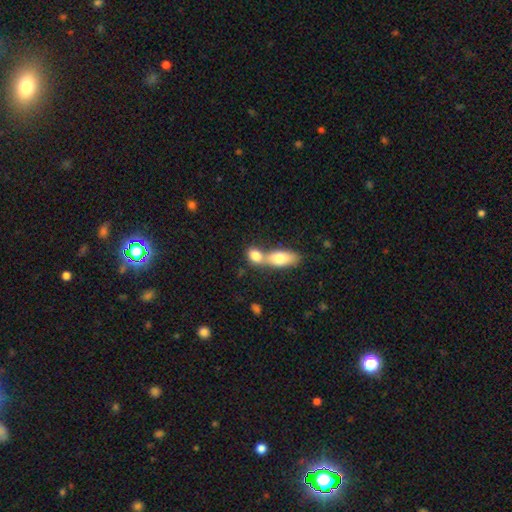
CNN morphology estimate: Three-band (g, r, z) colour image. It shows a smooth galaxy with no disk features (79%) that is in between round and cigar-shaped (69%). Merging: merger (70%).